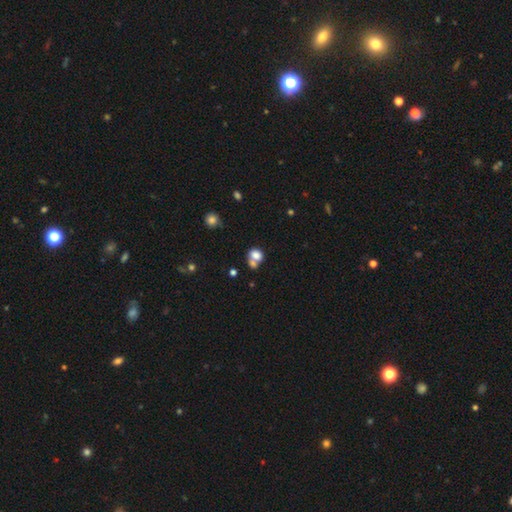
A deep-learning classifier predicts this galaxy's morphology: type=smooth (78%); roundness=round (51%); merging=merger (47%).